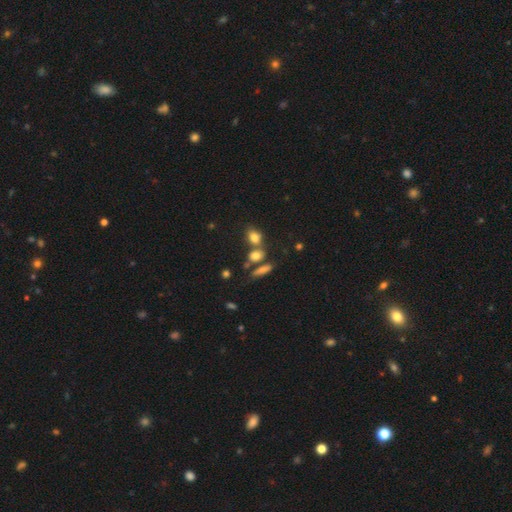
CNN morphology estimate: smooth 74%, featured or disk 13%, star or artifact 13%. Down the decision tree: how rounded — in between (57%); merging — none (52%).